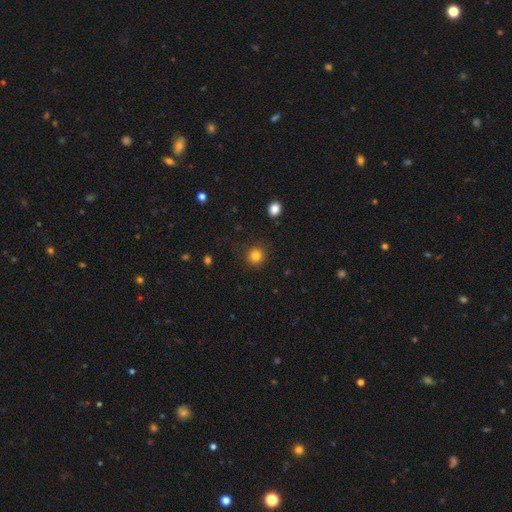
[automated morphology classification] A smooth galaxy with no disk features (82%) that is round (91%). Merging: none (89%).